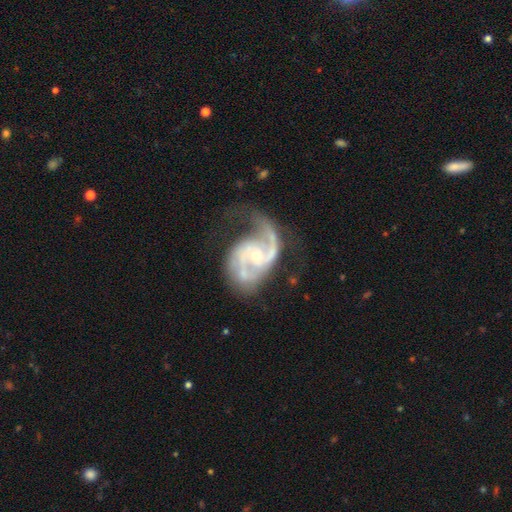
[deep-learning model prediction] This appears to be a featured or disk galaxy (91%) with no bar (54%), 2 (73%) medium (54%) spiral arms (97%) and a small central bulge (59%). Merging: none (46%).